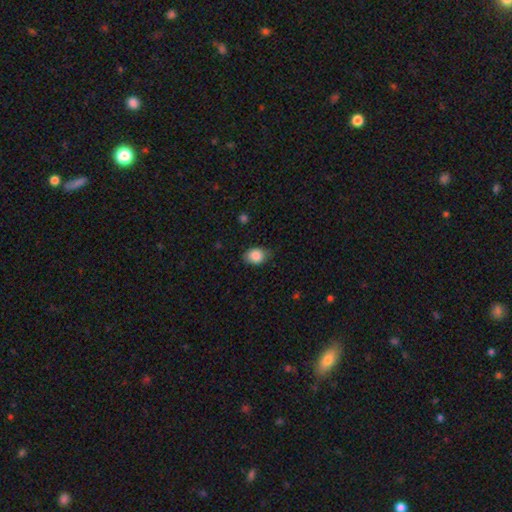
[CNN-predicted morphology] smooth-or-featured: smooth: 87% | star or artifact: 8% | featured or disk: 5%
  how-rounded: in between: 68% | round: 31% | cigar-shaped: 1%
  merging: none: 75% | minor disturbance: 20% | major disturbance: 4% | merger: 1%